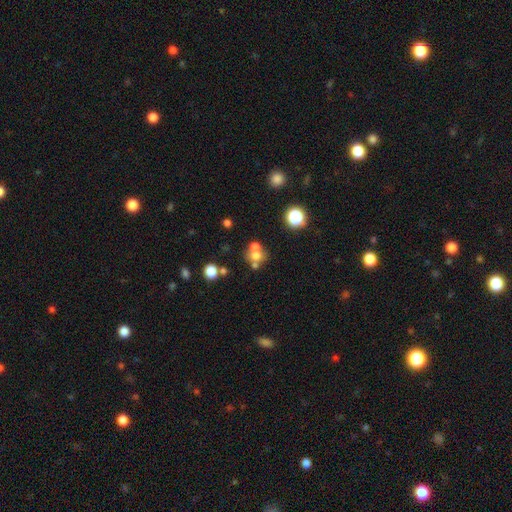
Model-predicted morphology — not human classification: Smooth or featured: smooth — 60% (featured or disk — 21%)
How rounded: round — 79% (in between — 19%)
Merging: merger — 47% (none — 41%)